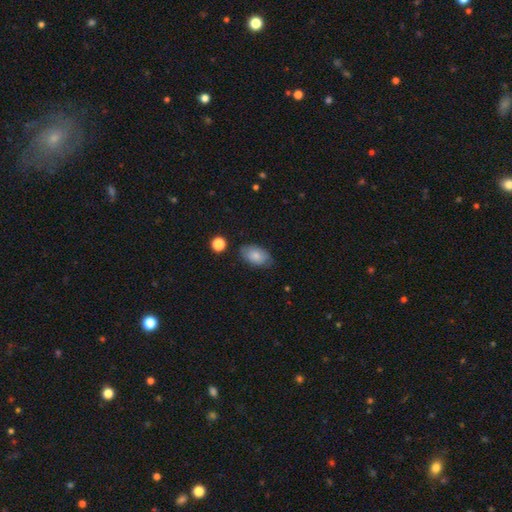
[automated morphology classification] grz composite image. It shows a smooth galaxy with no disk features (81%) that is in between round and cigar-shaped (91%). Merging: none (76%).